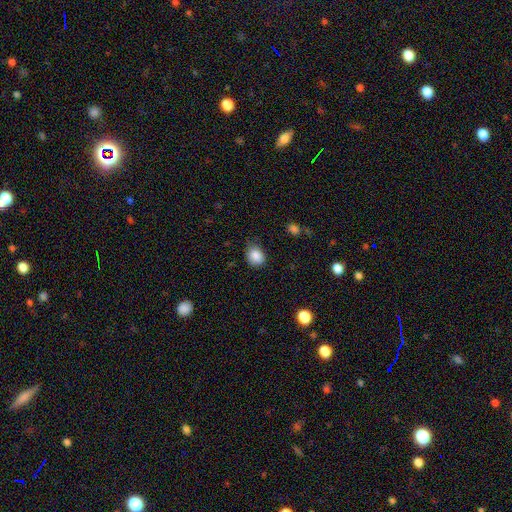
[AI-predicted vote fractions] smooth 86%, star or artifact 9%, featured or disk 5%. Down the decision tree: how rounded — in between (51%); merging — none (68%).